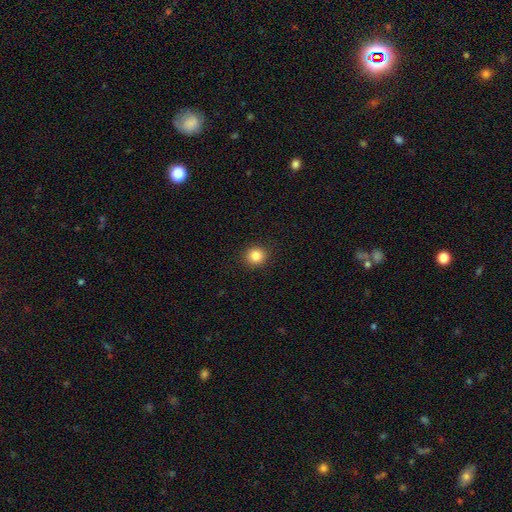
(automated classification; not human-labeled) smooth-or-featured: smooth: 85% | star or artifact: 10% | featured or disk: 4%
  how-rounded: round: 89% | in between: 10% | cigar-shaped: 1%
  merging: none: 91% | minor disturbance: 6% | major disturbance: 2% | merger: 1%